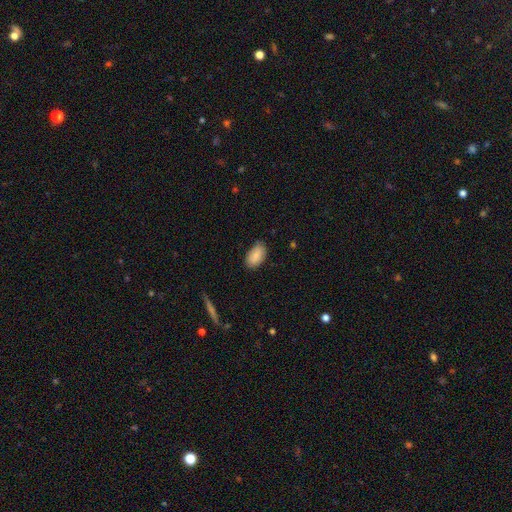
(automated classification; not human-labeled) This is clearly a smooth galaxy (85%). How rounded: clearly in between (93%). Merging: likely none (80%).